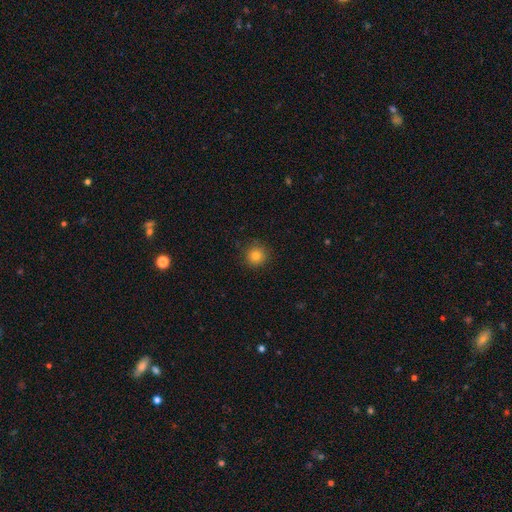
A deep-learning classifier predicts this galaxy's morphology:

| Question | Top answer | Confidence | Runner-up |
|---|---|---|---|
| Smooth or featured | smooth | 82% | star or artifact (12%) |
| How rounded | round | 94% | in between (5%) |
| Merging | none | 88% | minor disturbance (8%) |